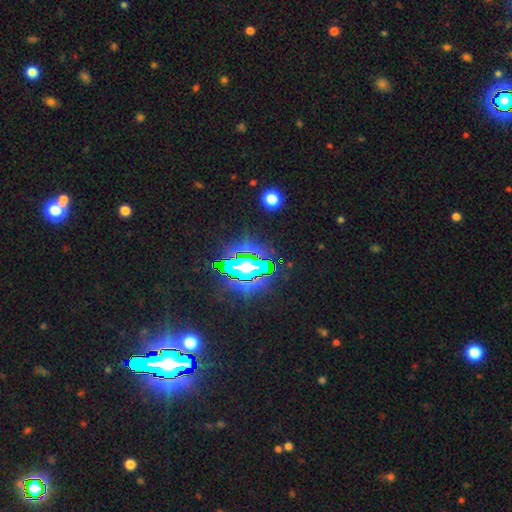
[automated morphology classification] Smooth or featured: star or artifact — 84% (smooth — 8%)